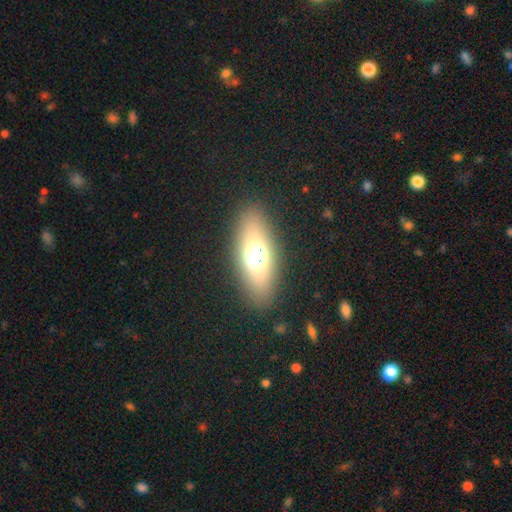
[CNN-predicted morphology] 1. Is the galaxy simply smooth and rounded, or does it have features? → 57% smooth, 28% featured or disk, 15% star or artifact.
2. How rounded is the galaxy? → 75% in between, 15% cigar-shaped, 11% round.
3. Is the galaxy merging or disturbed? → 87% none, 8% minor disturbance, 4% major disturbance, 1% merger.